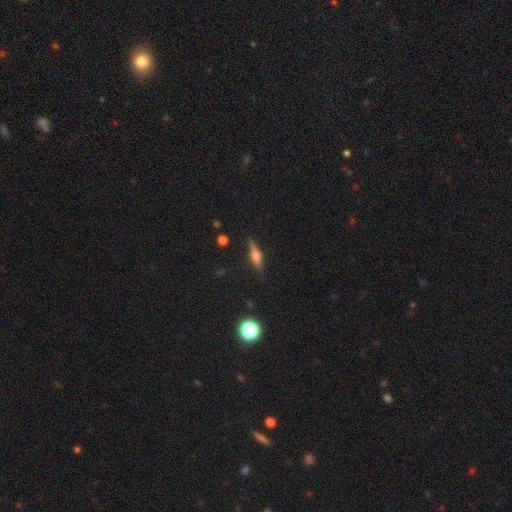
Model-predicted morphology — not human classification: This is likely a featured or disk galaxy (61%). It is clearly viewed edge-on (96%). Edge-on bulge: clearly rounded (87%). Merging: clearly none (86%).